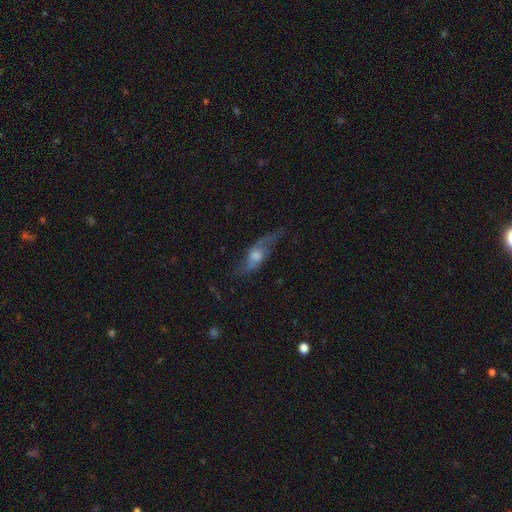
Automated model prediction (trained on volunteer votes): A featured or disk galaxy (69%).

Vote fractions:
- Smooth or featured? featured or disk: 69% / smooth: 22% / star or artifact: 9%
- Edge-on disk? no: 70% / yes: 30%
- Merging? none: 60% / minor disturbance: 21% / major disturbance: 16% / merger: 2%